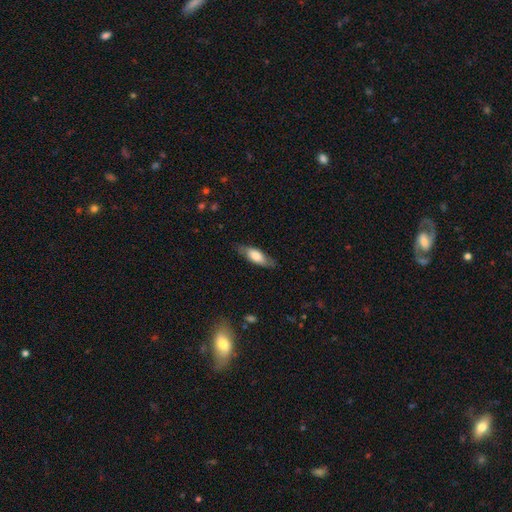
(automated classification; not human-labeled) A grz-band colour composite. It shows a smooth galaxy with no disk features (66%) that is in between round and cigar-shaped (63%). Merging: none (78%).